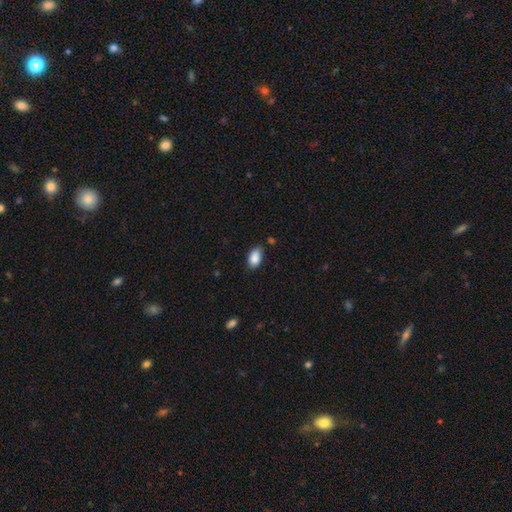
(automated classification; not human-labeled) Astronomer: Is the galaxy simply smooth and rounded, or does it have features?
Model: smooth — 88%.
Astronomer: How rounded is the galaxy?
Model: in between — 92%.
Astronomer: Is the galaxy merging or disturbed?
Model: none — 75%.